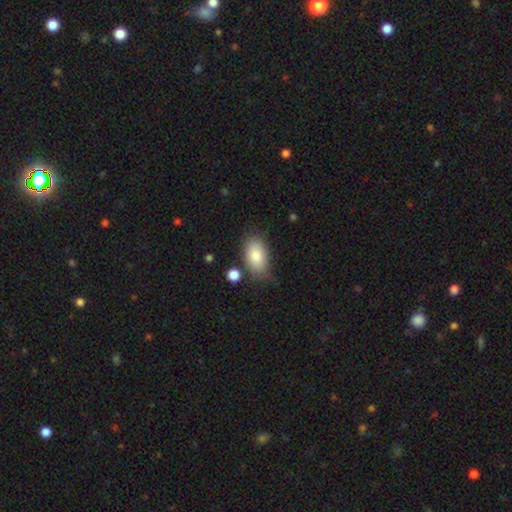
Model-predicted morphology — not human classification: smooth_or_featured: smooth (p=0.84) [alt: featured or disk p=0.09]
how_rounded: in between (p=0.92) [alt: round p=0.06]
merging: none (p=0.73) [alt: minor disturbance p=0.18]